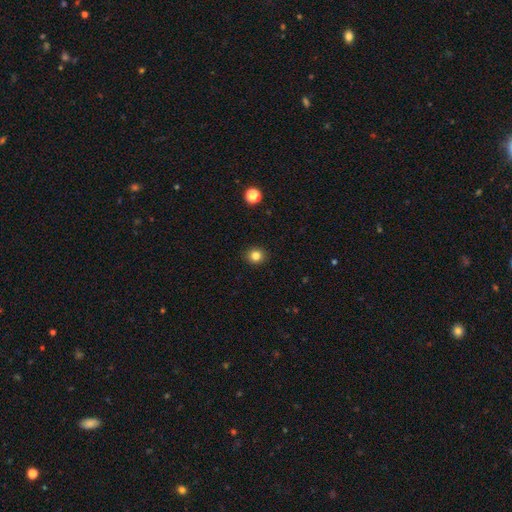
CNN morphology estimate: Overall: smooth (83%). How rounded: round (85%). Merging: none (92%).